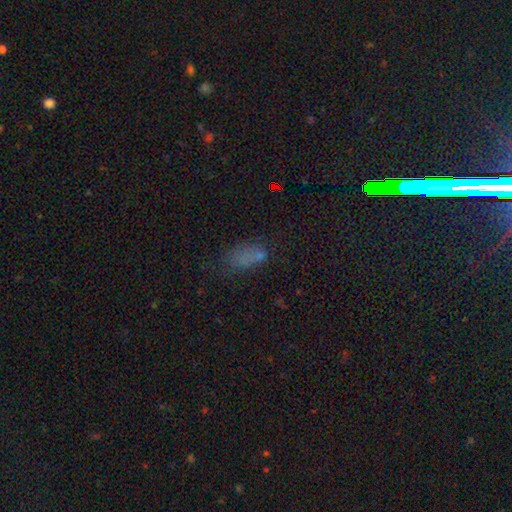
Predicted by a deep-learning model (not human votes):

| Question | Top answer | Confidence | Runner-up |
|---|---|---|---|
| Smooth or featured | smooth | 63% | star or artifact (23%) |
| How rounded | in between | 85% | cigar-shaped (8%) |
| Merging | none | 41% | minor disturbance (24%) |